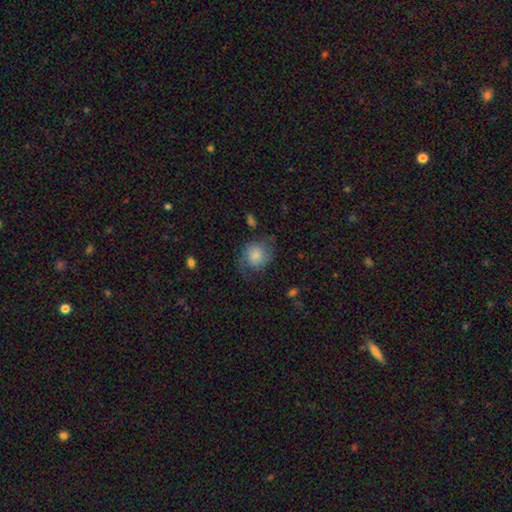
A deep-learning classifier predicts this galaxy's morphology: Q: Smooth or featured?
A: smooth (46%); runner-up: featured or disk (43%)
Q: Merging?
A: none (63%); runner-up: minor disturbance (22%)